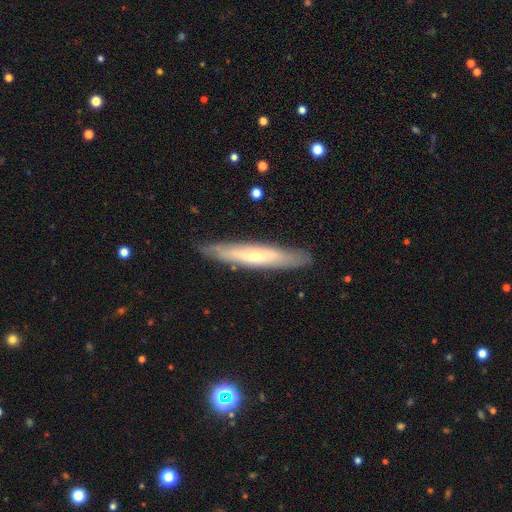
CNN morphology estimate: The model was most divided on "smooth or featured": featured or disk: 49%, smooth: 45%, star or artifact: 6%. More confident: merging — none (86%).